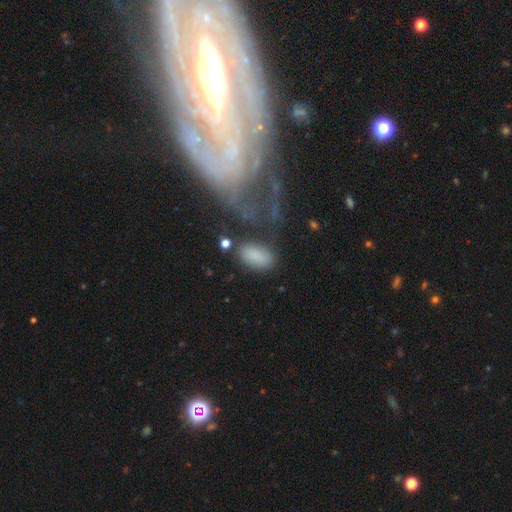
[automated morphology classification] The model was most divided on "merging": none: 65%, minor disturbance: 19%, major disturbance: 8%, merger: 7%. More confident: how rounded — in between (93%); smooth or featured — smooth (82%).